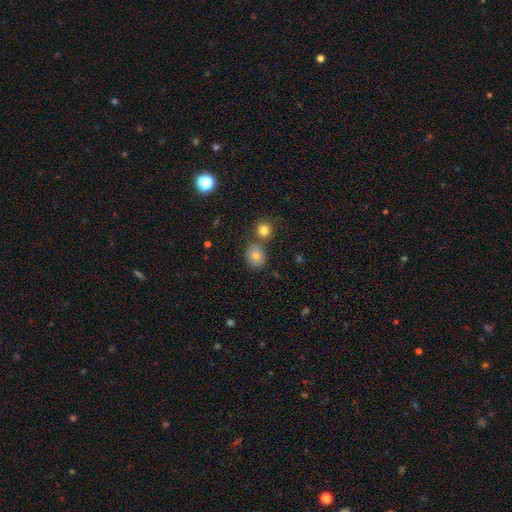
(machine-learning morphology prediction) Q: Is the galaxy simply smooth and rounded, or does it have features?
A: smooth — 77%.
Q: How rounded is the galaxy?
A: round — 76%.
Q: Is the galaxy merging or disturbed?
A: none — 67%.